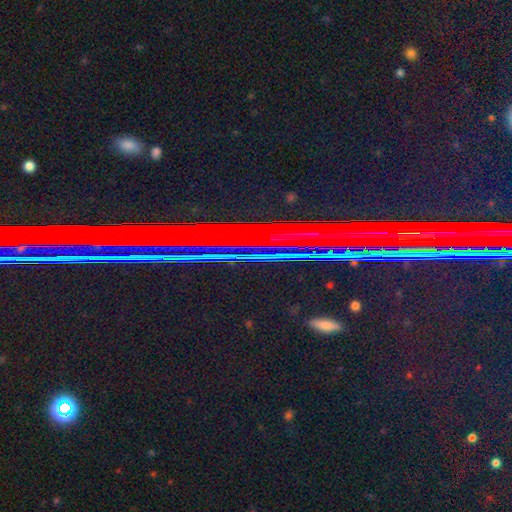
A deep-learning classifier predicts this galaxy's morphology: This is clearly a star or artifact rather than a galaxy (85%).